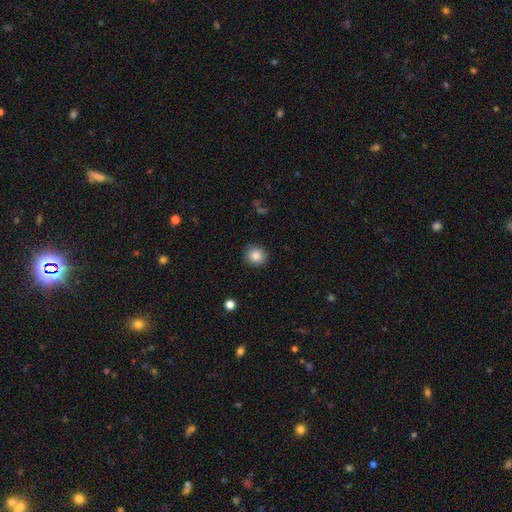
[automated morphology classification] A smooth galaxy with no disk features (85%) that is round (87%).

Vote fractions:
- Smooth or featured? smooth: 85% / star or artifact: 9% / featured or disk: 5%
- How rounded? round: 87% / in between: 12% / cigar-shaped: 1%
- Merging? none: 90% / minor disturbance: 7% / major disturbance: 2% / merger: 1%